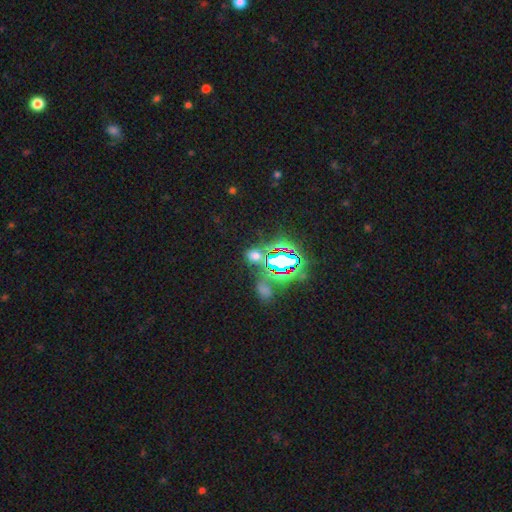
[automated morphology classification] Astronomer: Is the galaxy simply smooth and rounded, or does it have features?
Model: star or artifact — 46%, tied with smooth at 46%.